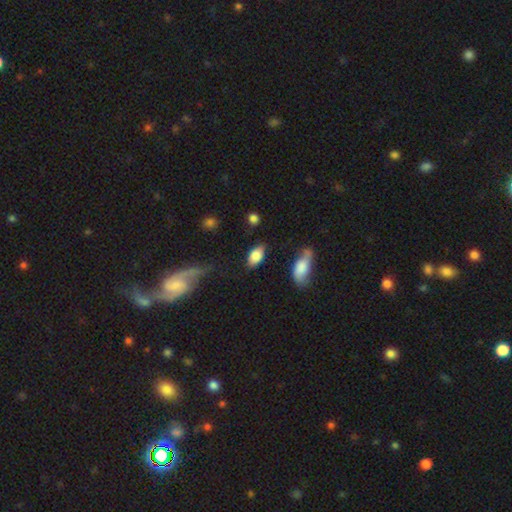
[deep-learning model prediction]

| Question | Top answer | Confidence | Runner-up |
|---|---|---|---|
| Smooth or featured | smooth | 82% | featured or disk (11%) |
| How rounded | in between | 93% | round (5%) |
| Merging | none | 72% | minor disturbance (18%) |